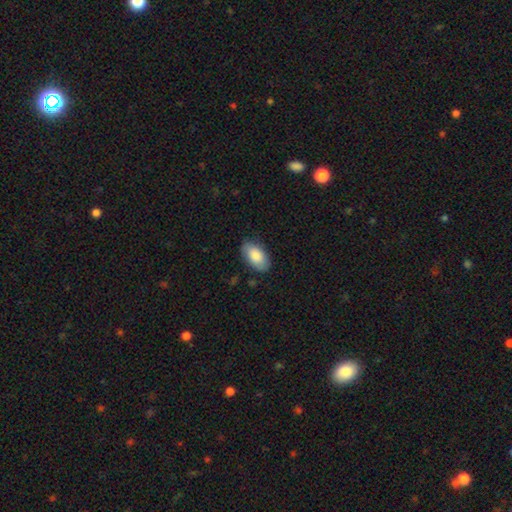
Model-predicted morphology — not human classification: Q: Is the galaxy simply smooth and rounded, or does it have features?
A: smooth — 86%.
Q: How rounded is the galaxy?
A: in between — 95%.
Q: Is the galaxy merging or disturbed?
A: none — 84%.